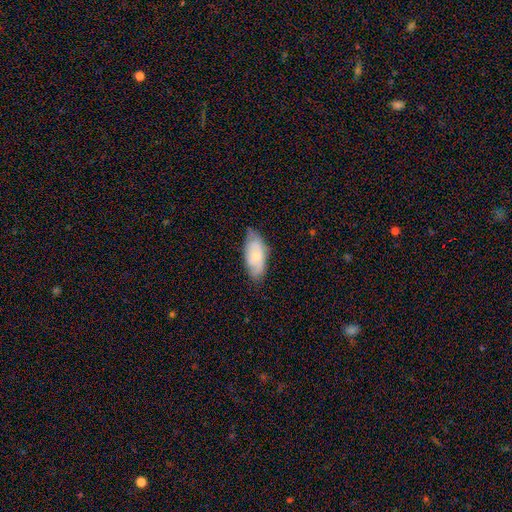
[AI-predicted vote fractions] The model was most divided on "smooth or featured": smooth: 50%, featured or disk: 44%, star or artifact: 6%. More confident: how rounded — in between (89%); merging — none (69%).